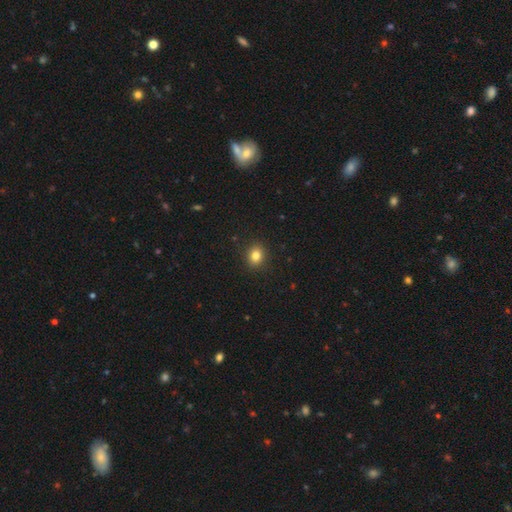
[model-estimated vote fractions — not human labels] A smooth galaxy with no disk features (83%) that is round (63%).

Vote fractions:
- Smooth or featured? smooth: 83% / star or artifact: 11% / featured or disk: 6%
- How rounded? round: 63% / in between: 36% / cigar-shaped: 1%
- Merging? none: 90% / minor disturbance: 7% / major disturbance: 2% / merger: 1%